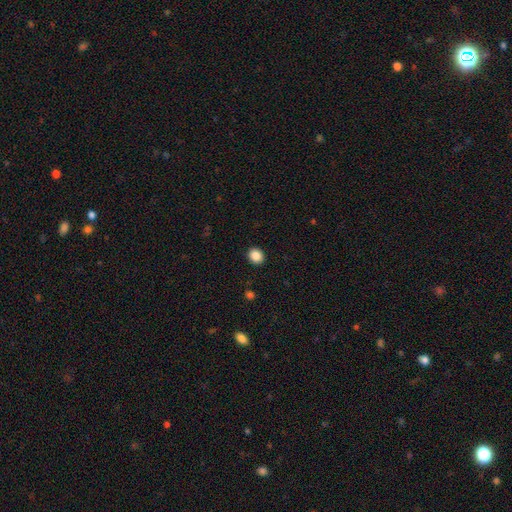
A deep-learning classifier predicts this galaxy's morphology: smooth_or_featured: smooth (p=0.87) [alt: star or artifact p=0.10]
how_rounded: round (p=0.74) [alt: in between p=0.25]
merging: none (p=0.92) [alt: minor disturbance p=0.06]